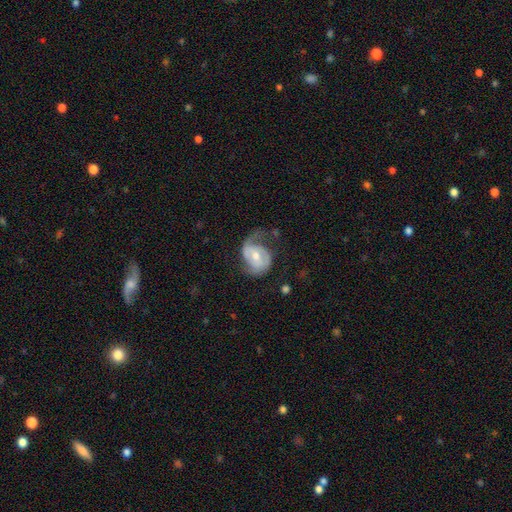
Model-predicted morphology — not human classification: featured or disk 74%, smooth 20%, star or artifact 6%. Down the decision tree: edge-on disk — no (97%); bar — weak (45%); spiral arms — yes (87%); spiral arm count — 2 (64%); spiral winding — medium (42%); bulge size — moderate (62%); merging — none (41%).